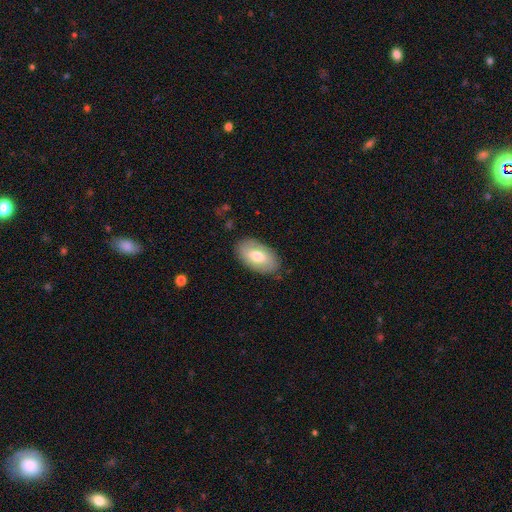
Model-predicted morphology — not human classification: smooth-or-featured: smooth: 63% | featured or disk: 31% | star or artifact: 6%
  how-rounded: in between: 94% | round: 4% | cigar-shaped: 2%
  merging: none: 84% | minor disturbance: 12% | major disturbance: 3% | merger: 1%